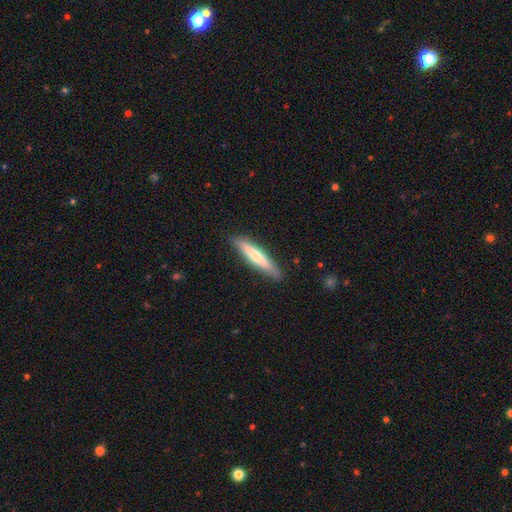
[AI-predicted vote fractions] The model was most divided on "smooth or featured": smooth: 54%, featured or disk: 41%, star or artifact: 5%. More confident: how rounded — cigar-shaped (90%); merging — none (89%).